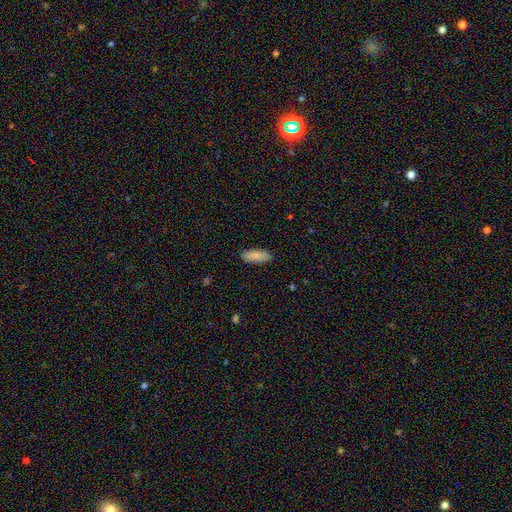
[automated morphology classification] Smooth or featured: smooth — 86% (featured or disk — 7%)
How rounded: in between — 62% (cigar-shaped — 36%)
Merging: none — 88% (minor disturbance — 9%)